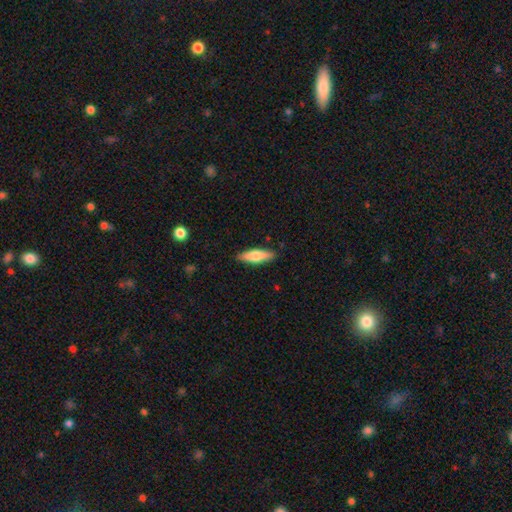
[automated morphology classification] type=smooth (72%); roundness=cigar-shaped (55%); merging=none (88%).